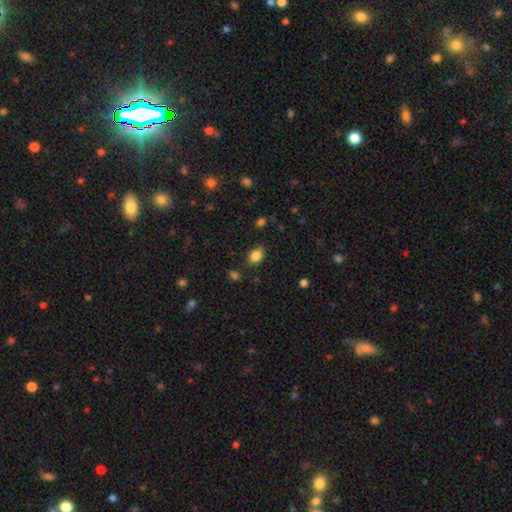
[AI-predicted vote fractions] This appears to be a smooth galaxy with no disk features (85%) that is in between round and cigar-shaped (74%). Merging: none (82%).